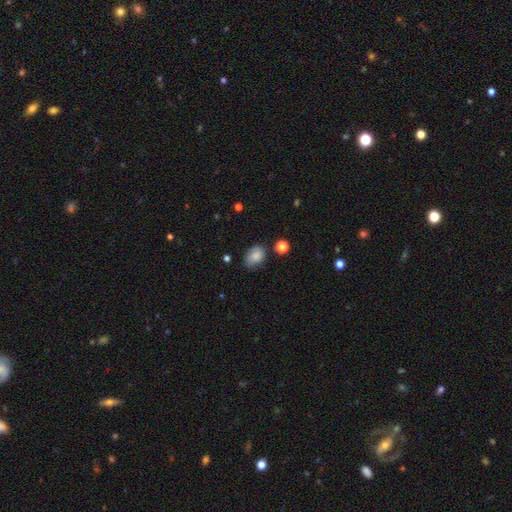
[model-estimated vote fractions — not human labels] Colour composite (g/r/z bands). It shows a smooth galaxy with no disk features (81%) that is in between round and cigar-shaped (71%). Merging: none (66%).